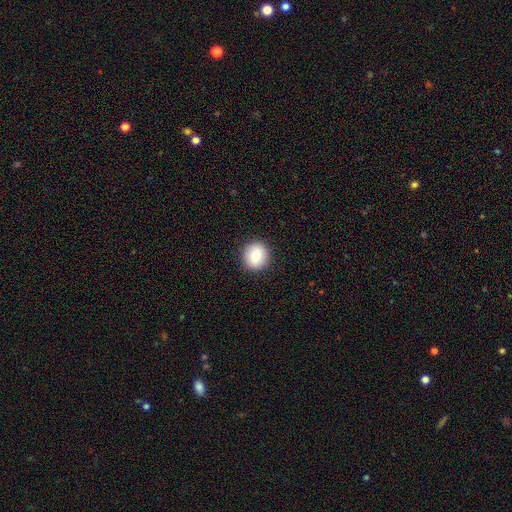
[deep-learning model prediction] The model was most divided on "smooth or featured": smooth: 83%, star or artifact: 9%, featured or disk: 8%. More confident: how rounded — round (92%); merging — none (91%).